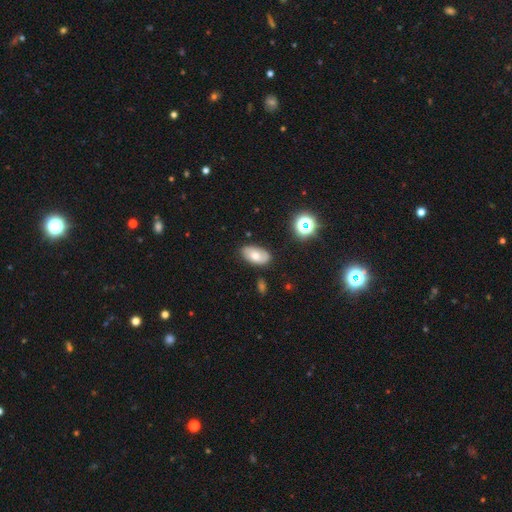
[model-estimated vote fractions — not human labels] A smooth galaxy with no disk features (57%) that is in between round and cigar-shaped (93%).

Vote fractions:
- Smooth or featured? smooth: 57% / featured or disk: 32% / star or artifact: 11%
- How rounded? in between: 93% / round: 5% / cigar-shaped: 2%
- Merging? none: 76% / minor disturbance: 18% / major disturbance: 4% / merger: 2%